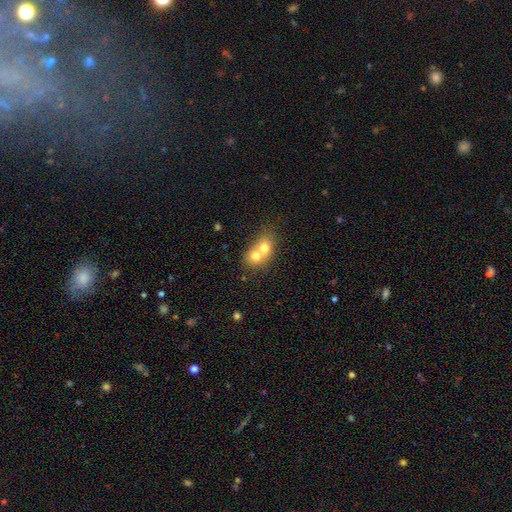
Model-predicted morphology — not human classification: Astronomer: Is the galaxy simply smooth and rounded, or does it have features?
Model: smooth — 68%.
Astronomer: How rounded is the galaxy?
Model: round — 59% (runner-up: in between, 39%).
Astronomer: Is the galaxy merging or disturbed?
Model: merger — 73%.